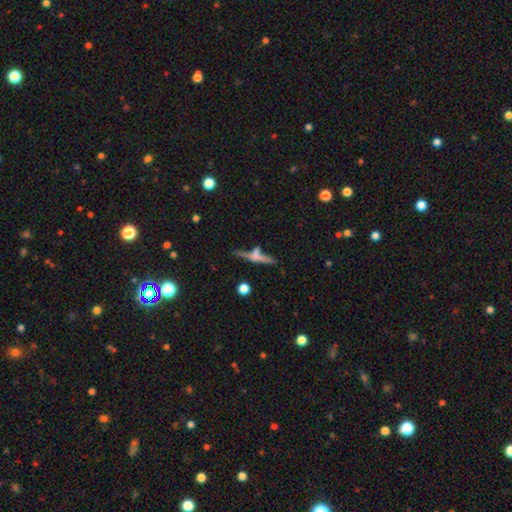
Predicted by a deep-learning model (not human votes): Morphology: type=featured or disk (55%); edge-on=yes (91%); merging=none (60%).